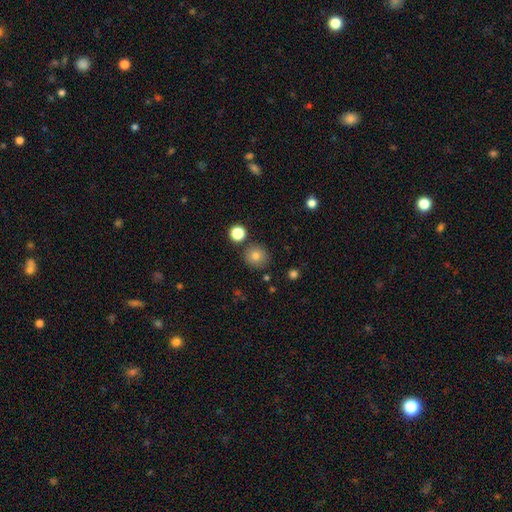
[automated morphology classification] smooth_or_featured: smooth (p=0.80) [alt: star or artifact p=0.13]
how_rounded: round (p=0.91) [alt: in between p=0.08]
merging: none (p=0.83) [alt: minor disturbance p=0.08]